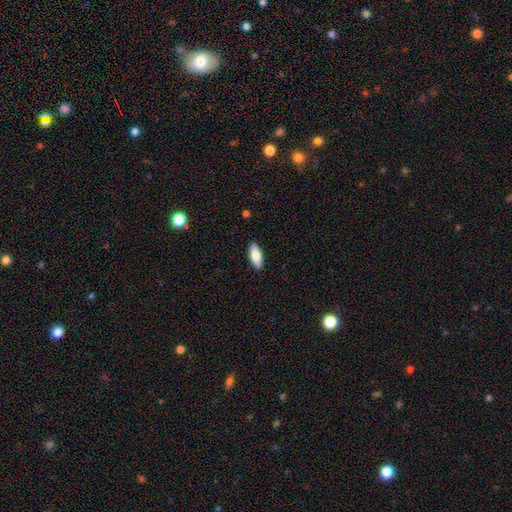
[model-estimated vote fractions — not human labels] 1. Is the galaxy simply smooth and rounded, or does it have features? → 78% smooth, 16% featured or disk, 6% star or artifact.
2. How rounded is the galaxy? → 75% in between, 23% cigar-shaped, 2% round.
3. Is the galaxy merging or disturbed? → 90% none, 8% minor disturbance, 2% major disturbance, 1% merger.